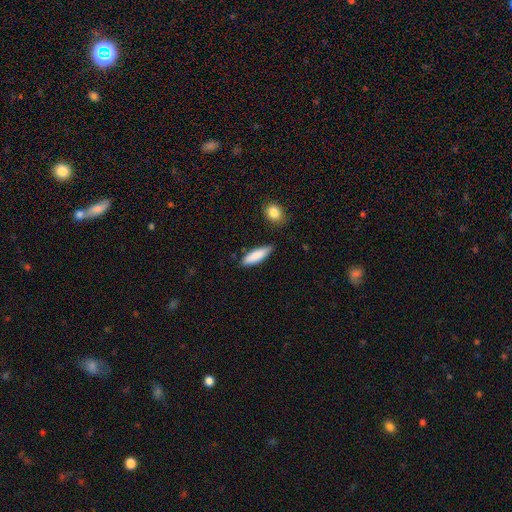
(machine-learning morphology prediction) smooth 86%, featured or disk 8%, star or artifact 6%. Down the decision tree: how rounded — cigar-shaped (54%); merging — none (78%).